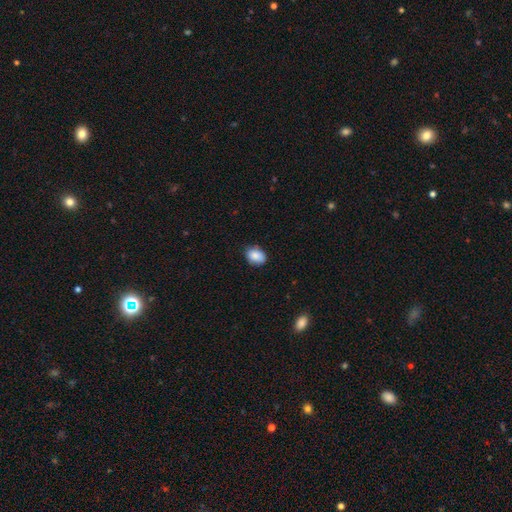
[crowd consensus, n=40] A smooth galaxy with no disk features (82%) that is in between round and cigar-shaped (73%). Merging: none (83%).